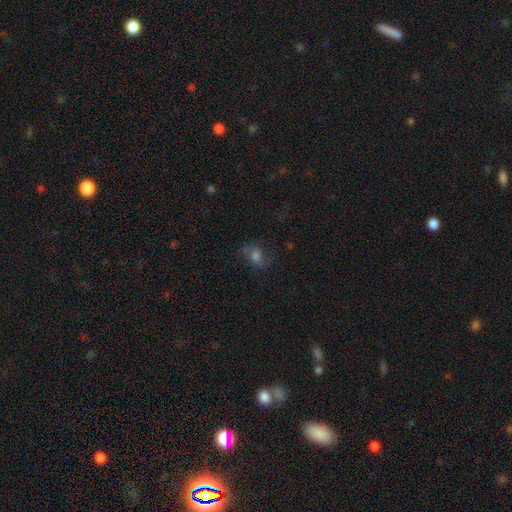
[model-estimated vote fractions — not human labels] Overall: smooth (43%; featured or disk 37%). Merging: none (61%).